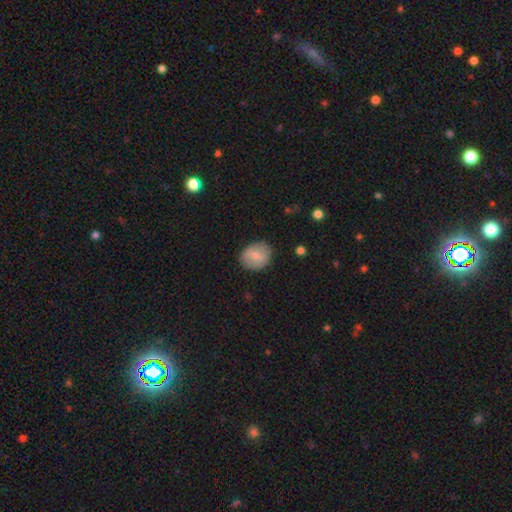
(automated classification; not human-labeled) The model was most divided on "how rounded": round: 57%, in between: 41%, cigar-shaped: 1%. More confident: merging — none (85%); smooth or featured — smooth (70%).